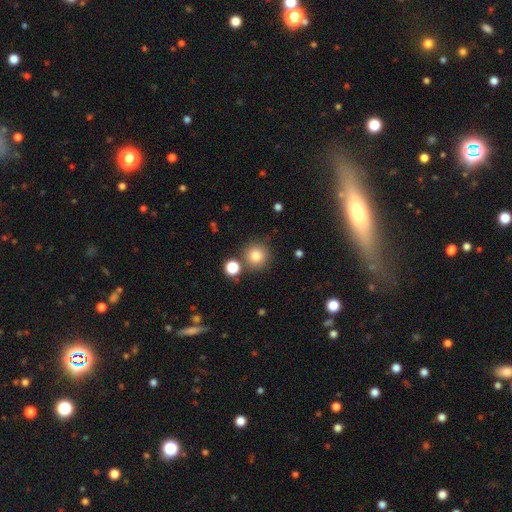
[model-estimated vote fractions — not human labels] This is clearly a smooth galaxy (81%). How rounded: clearly round (94%). Merging: clearly none (80%).